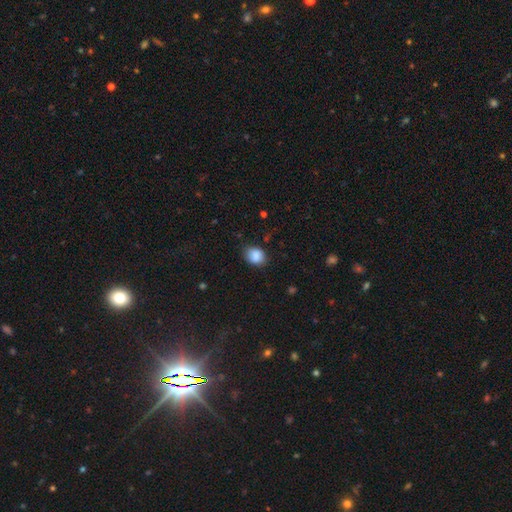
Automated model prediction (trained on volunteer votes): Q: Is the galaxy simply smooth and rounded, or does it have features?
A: smooth — 86%.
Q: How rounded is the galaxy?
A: in between — 54%.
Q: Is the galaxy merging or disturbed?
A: none — 75%.